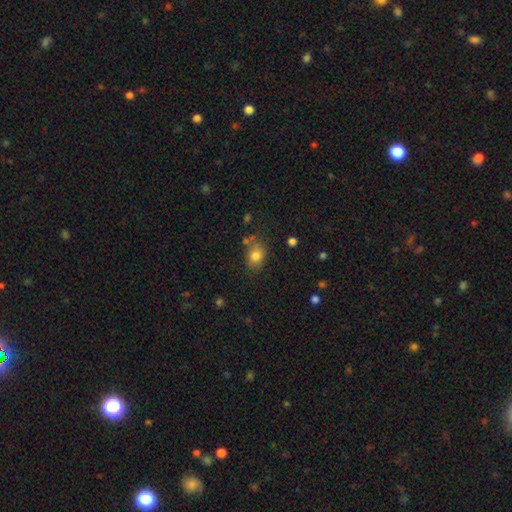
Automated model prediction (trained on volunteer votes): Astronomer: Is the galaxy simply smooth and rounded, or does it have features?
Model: smooth — 80%.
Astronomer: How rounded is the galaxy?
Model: in between — 60% (runner-up: round, 39%).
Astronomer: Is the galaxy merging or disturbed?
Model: none — 72%.